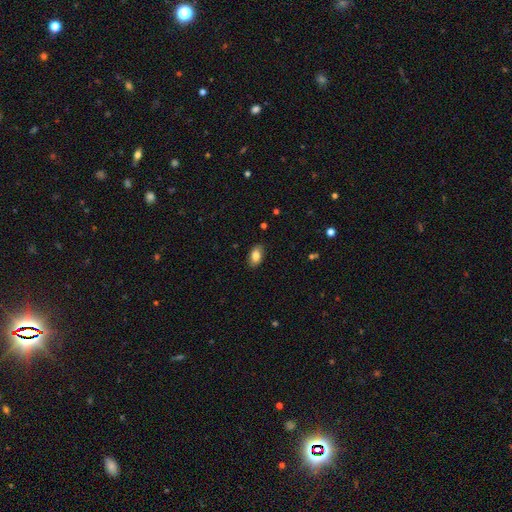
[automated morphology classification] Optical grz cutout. It shows a smooth galaxy with no disk features (82%) that is in between round and cigar-shaped (92%). Merging: none (85%).